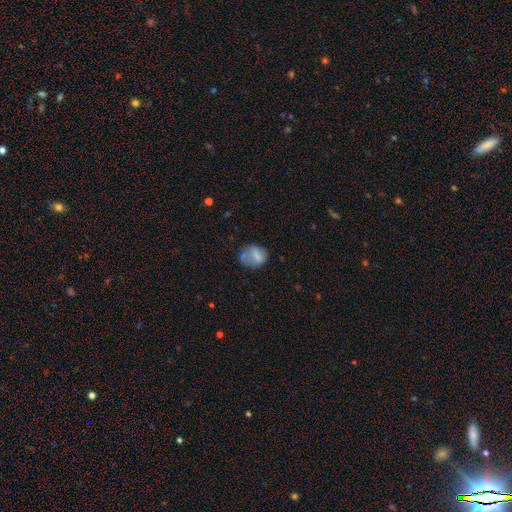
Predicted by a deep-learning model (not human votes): Overall: smooth (66%). How rounded: in between (52%; round 47%). Merging: none (51%; minor disturbance 28%).